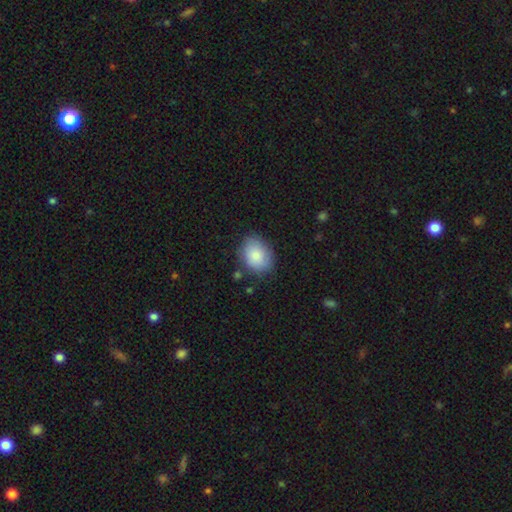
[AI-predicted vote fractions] Smooth or featured: smooth — 83% (featured or disk — 10%)
How rounded: in between — 65% (round — 34%)
Merging: none — 76% (minor disturbance — 18%)